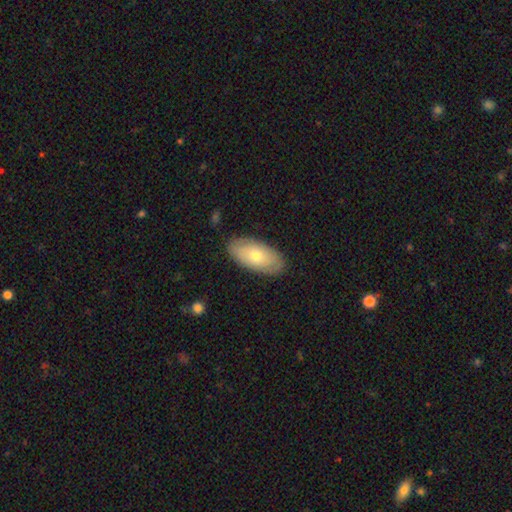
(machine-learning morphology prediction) Smooth or featured? smooth (63%)
How rounded? in between (93%)
Merging? none (86%)